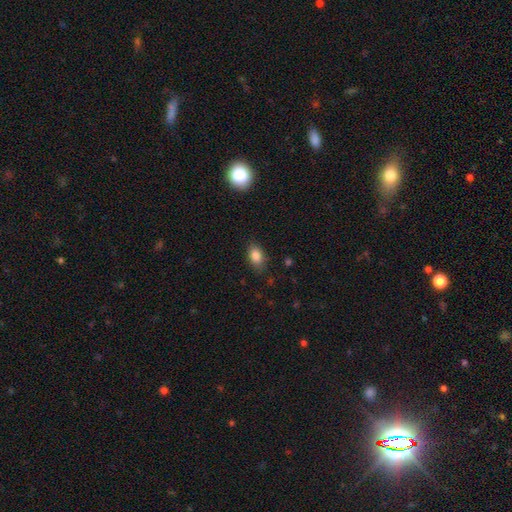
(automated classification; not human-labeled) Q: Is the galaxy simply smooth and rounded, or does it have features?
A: smooth — 84%.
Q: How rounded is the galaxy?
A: in between — 86%.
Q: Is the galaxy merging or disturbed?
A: none — 82%.